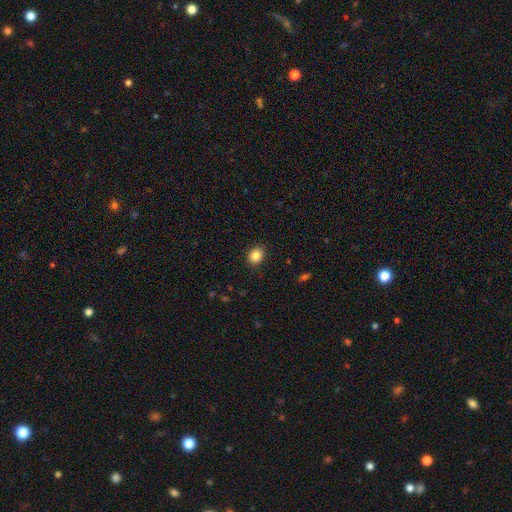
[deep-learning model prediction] Smooth or featured? Predicted: smooth (p=0.86). How rounded? Predicted: round (p=0.59). Merging? Predicted: none (p=0.90).